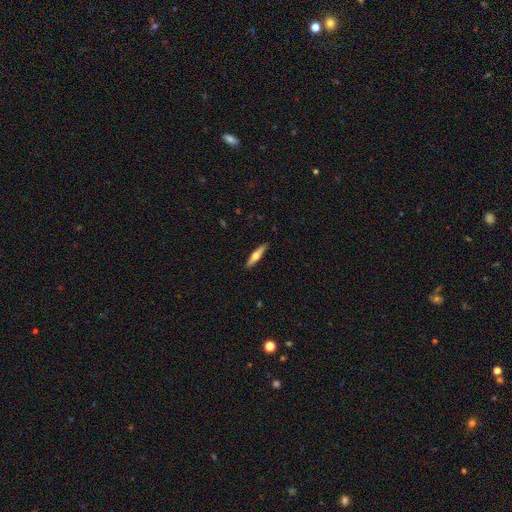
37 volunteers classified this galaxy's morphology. A featured or disk galaxy (73%) viewed edge-on (89%) with a rounded central bulge (100%). Merging: none (89%).